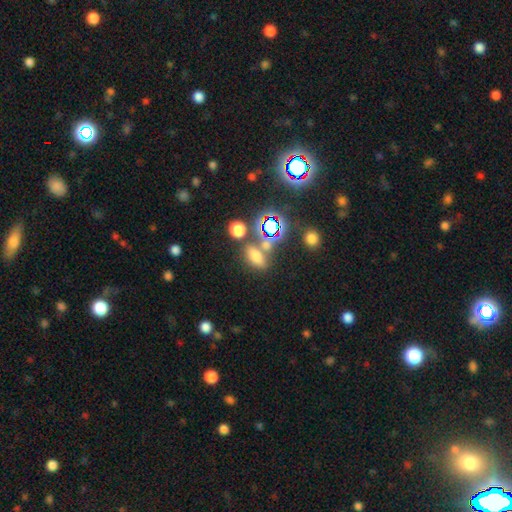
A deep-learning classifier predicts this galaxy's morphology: This is likely a smooth galaxy (63%). How rounded: likely in between (70%). Merging: likely none (61%).